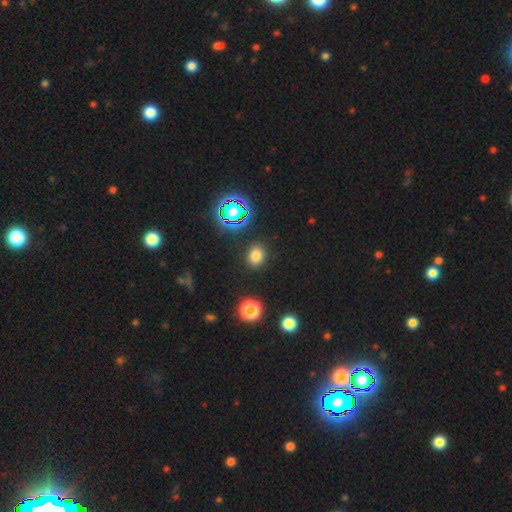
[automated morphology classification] Overall: smooth (75%). How rounded: round (62%; in between 37%). Merging: none (88%).